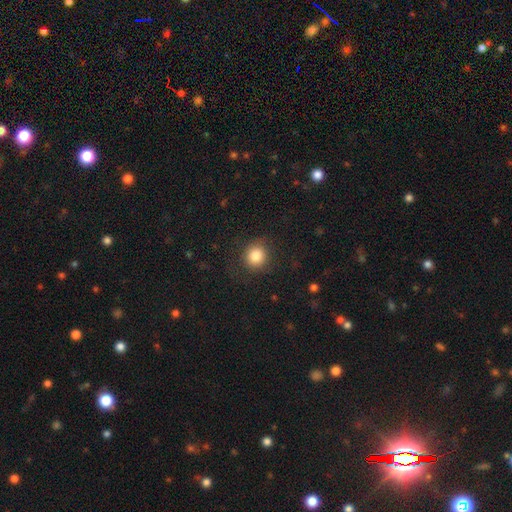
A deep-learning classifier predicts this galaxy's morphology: A smooth galaxy with no disk features (84%) that is round (86%).

Vote fractions:
- Smooth or featured? smooth: 84% / star or artifact: 10% / featured or disk: 6%
- How rounded? round: 86% / in between: 13% / cigar-shaped: 1%
- Merging? none: 83% / minor disturbance: 11% / major disturbance: 5% / merger: 1%